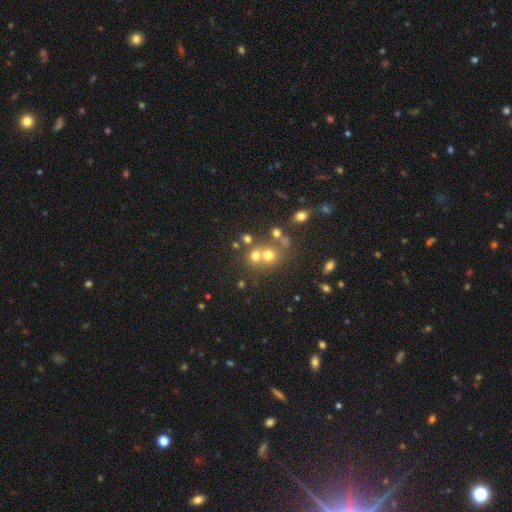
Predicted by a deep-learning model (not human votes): This appears to be a smooth galaxy with no disk features (64%) that is round (83%). Merging: none (48%).